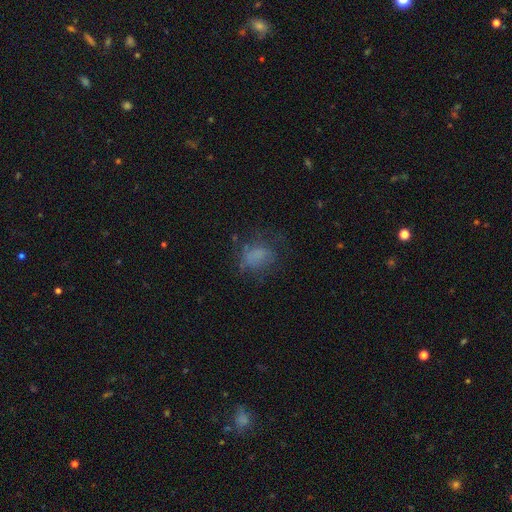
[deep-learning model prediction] Morphology: type=smooth (60%); roundness=in between (55%); merging=none (53%).